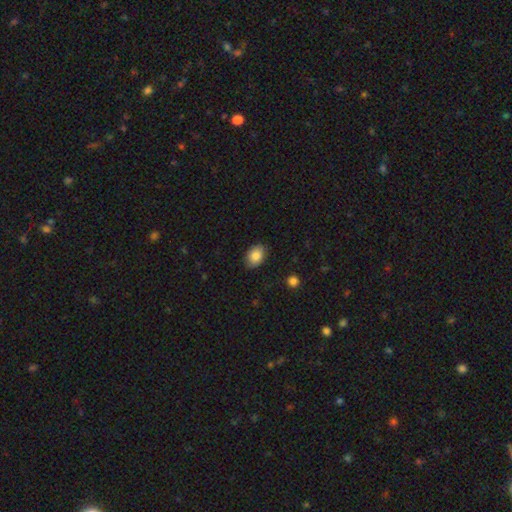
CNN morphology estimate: Smooth or featured: smooth — 86% (star or artifact — 8%)
How rounded: in between — 80% (round — 19%)
Merging: none — 85% (minor disturbance — 11%)